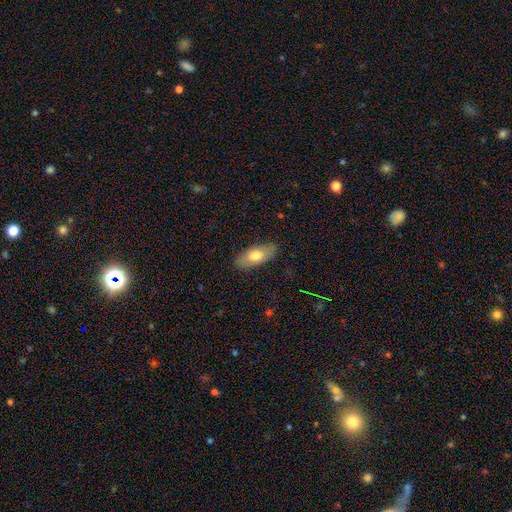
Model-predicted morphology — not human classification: Q: Smooth or featured?
A: smooth (71%); runner-up: featured or disk (23%)
Q: How rounded?
A: in between (83%); runner-up: cigar-shaped (14%)
Q: Merging?
A: none (86%); runner-up: minor disturbance (11%)